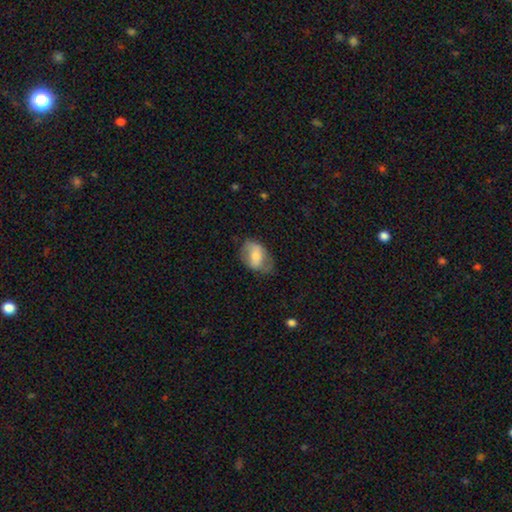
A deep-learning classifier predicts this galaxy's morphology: Smooth or featured? smooth (57%)
How rounded? in between (81%)
Merging? none (59%)